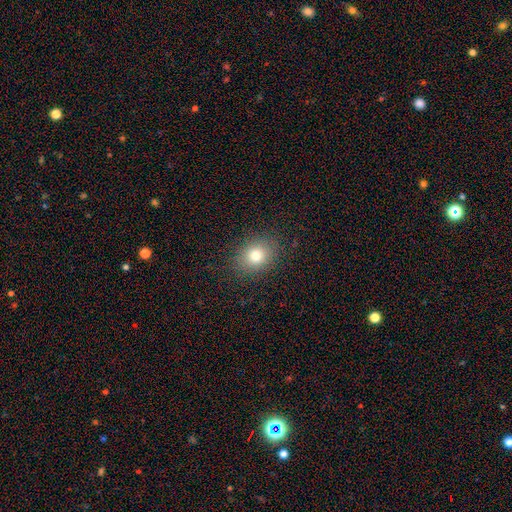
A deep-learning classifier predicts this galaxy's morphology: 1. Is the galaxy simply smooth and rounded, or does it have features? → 78% smooth, 12% star or artifact, 10% featured or disk.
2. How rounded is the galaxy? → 54% round, 45% in between, 1% cigar-shaped.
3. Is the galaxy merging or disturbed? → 87% none, 8% minor disturbance, 3% major disturbance, 1% merger.